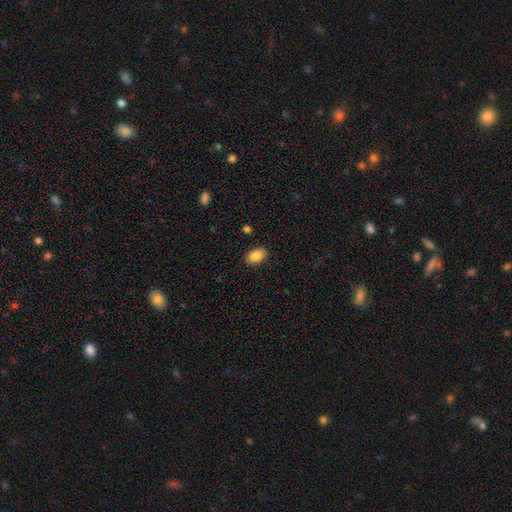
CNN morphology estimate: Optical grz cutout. It shows a smooth galaxy with no disk features (87%) that is in between round and cigar-shaped (88%). Merging: none (88%).